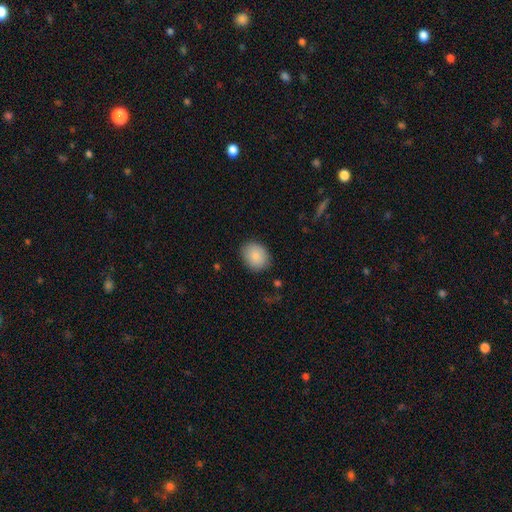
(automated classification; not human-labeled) smooth_or_featured: smooth (p=0.85) [alt: featured or disk p=0.08]
how_rounded: round (p=0.51) [alt: in between p=0.48]
merging: none (p=0.83) [alt: minor disturbance p=0.12]